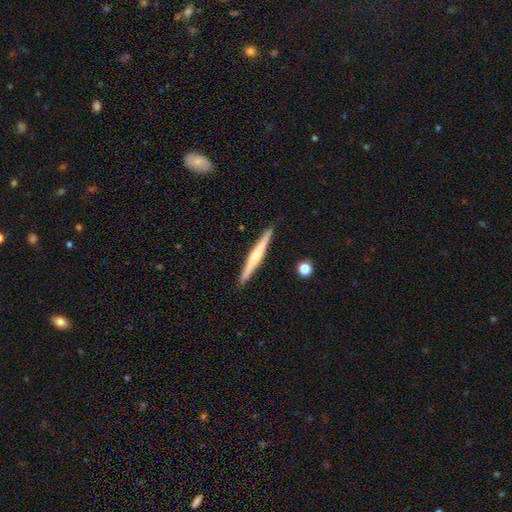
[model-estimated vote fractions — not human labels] featured or disk 59%, smooth 35%, star or artifact 6%. Down the decision tree: edge-on disk — yes (98%); edge-on bulge — rounded (64%); merging — none (91%).